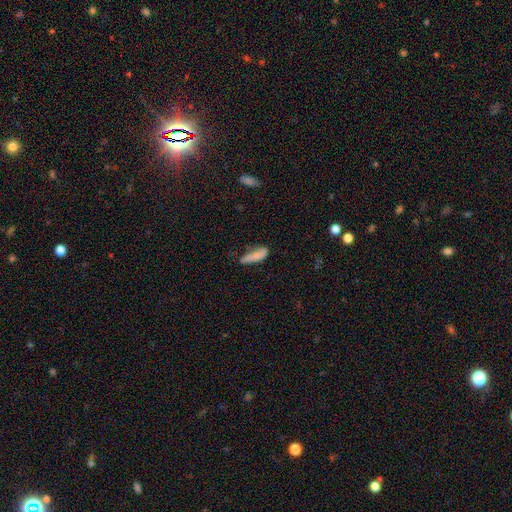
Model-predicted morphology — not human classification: A smooth galaxy with no disk features (72%) that is in between round and cigar-shaped (53%). Merging: none (45%).